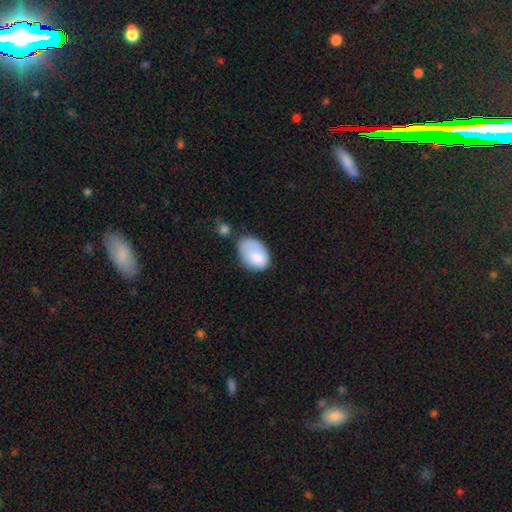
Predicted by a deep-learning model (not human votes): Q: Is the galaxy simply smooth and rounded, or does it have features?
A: smooth — 82%.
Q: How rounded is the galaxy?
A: in between — 89%.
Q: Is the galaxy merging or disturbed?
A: none — 41%.